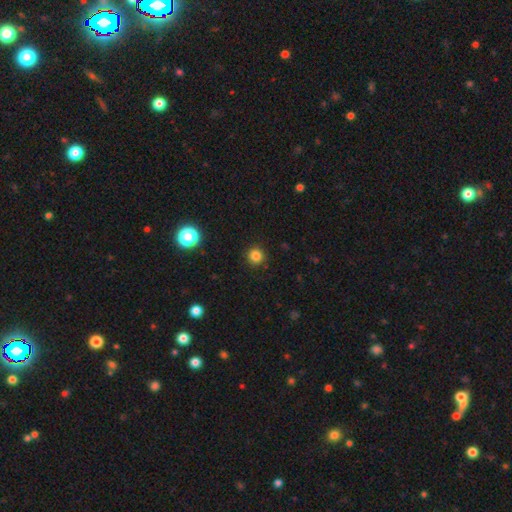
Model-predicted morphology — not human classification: smooth_or_featured: smooth (p=0.82) [alt: star or artifact p=0.13]
how_rounded: round (p=0.94) [alt: in between p=0.05]
merging: none (p=0.91) [alt: minor disturbance p=0.06]